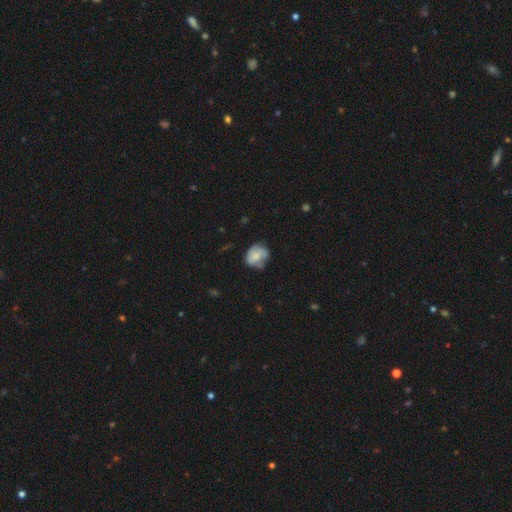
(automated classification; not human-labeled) This is possibly a smooth galaxy (57%). How rounded: likely round (60%). Merging: possibly none (52%).